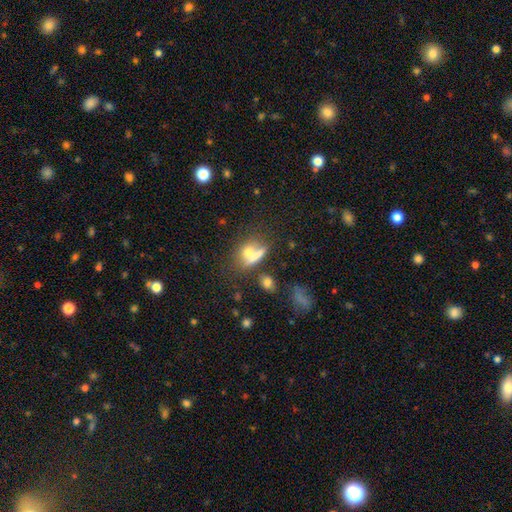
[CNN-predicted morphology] smooth-or-featured: smooth: 66% | featured or disk: 18% | star or artifact: 16%
  how-rounded: in between: 51% | round: 39% | cigar-shaped: 10%
  merging: none: 42% | merger: 33% | minor disturbance: 14% | major disturbance: 11%